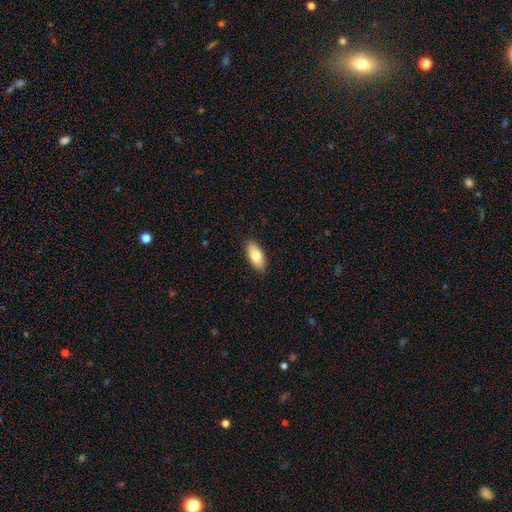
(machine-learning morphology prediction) Overall: smooth (76%). How rounded: in between (88%). Merging: none (89%).